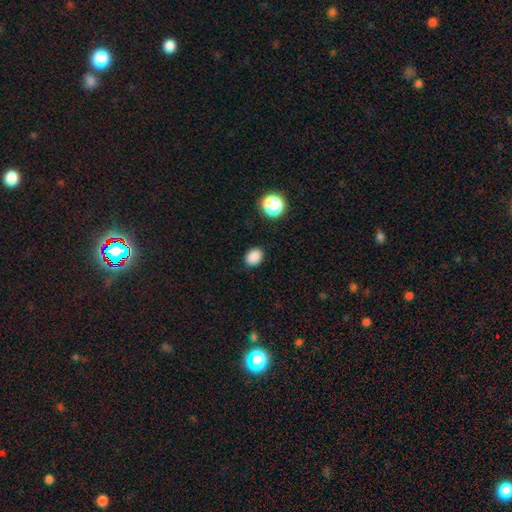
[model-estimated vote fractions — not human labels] This is clearly a smooth galaxy (86%). How rounded: possibly in between (58%). Merging: clearly none (88%).